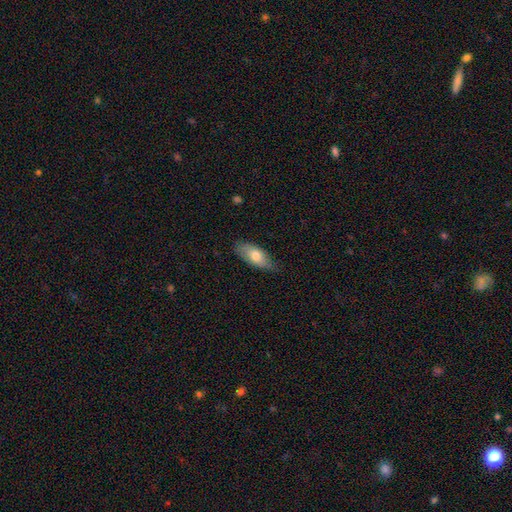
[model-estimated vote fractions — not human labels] Smooth or featured? Predicted: smooth (p=0.71). How rounded? Predicted: in between (p=0.85). Merging? Predicted: none (p=0.71).